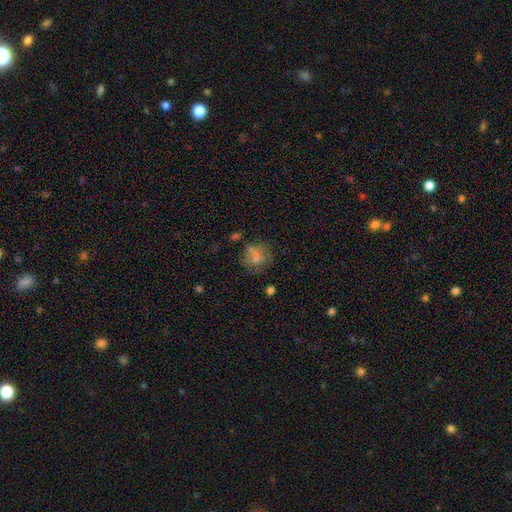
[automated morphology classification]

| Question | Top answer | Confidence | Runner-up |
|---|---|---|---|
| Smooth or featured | smooth | 56% | featured or disk (29%) |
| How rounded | round | 68% | in between (31%) |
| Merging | none | 48% | minor disturbance (21%) |